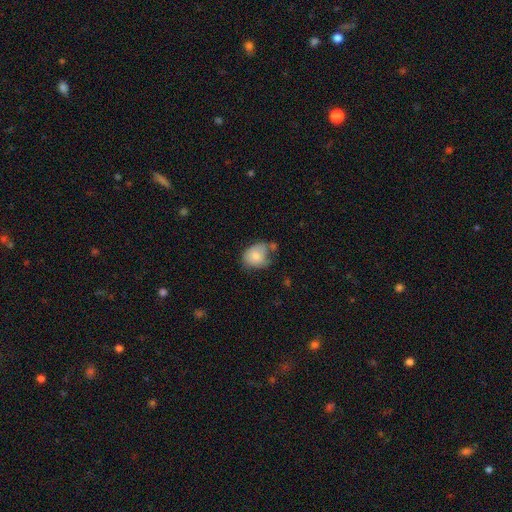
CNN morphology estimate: Smooth or featured? Predicted: smooth (p=0.74). How rounded? Predicted: in between (p=0.56). Merging? Predicted: none (p=0.38).